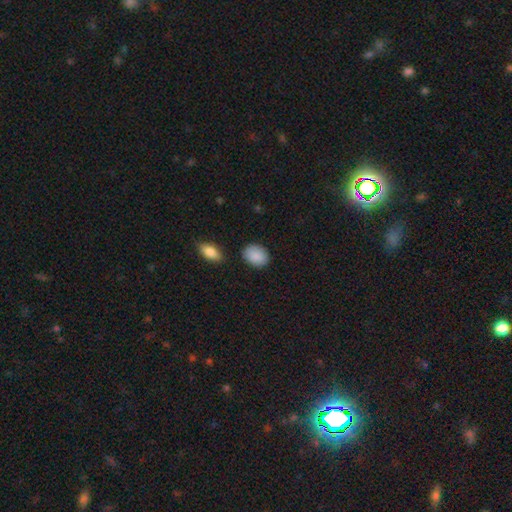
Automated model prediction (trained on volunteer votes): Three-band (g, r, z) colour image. It shows a smooth galaxy with no disk features (90%) that is in between round and cigar-shaped (68%). Merging: none (82%).